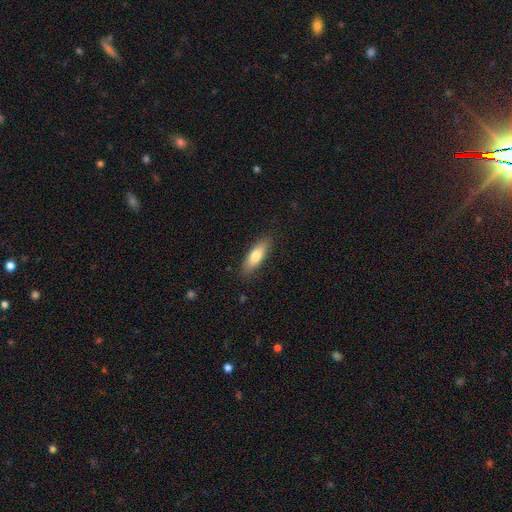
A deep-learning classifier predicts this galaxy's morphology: smooth_or_featured: smooth (p=0.76) [alt: featured or disk p=0.18]
how_rounded: in between (p=0.57) [alt: cigar-shaped p=0.41]
merging: none (p=0.86) [alt: minor disturbance p=0.11]